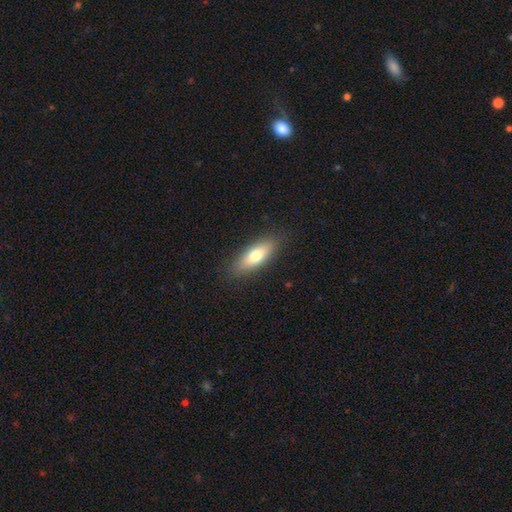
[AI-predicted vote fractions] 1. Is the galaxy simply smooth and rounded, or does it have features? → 74% smooth, 20% featured or disk, 7% star or artifact.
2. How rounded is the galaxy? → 68% in between, 30% cigar-shaped, 2% round.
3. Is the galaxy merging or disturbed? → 87% none, 10% minor disturbance, 2% major disturbance, 1% merger.